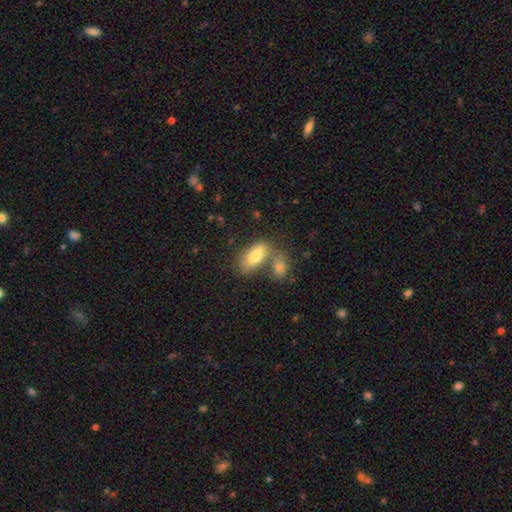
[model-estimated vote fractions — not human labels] Morphology: type=smooth (78%); roundness=in between (88%); merging=merger (43%).